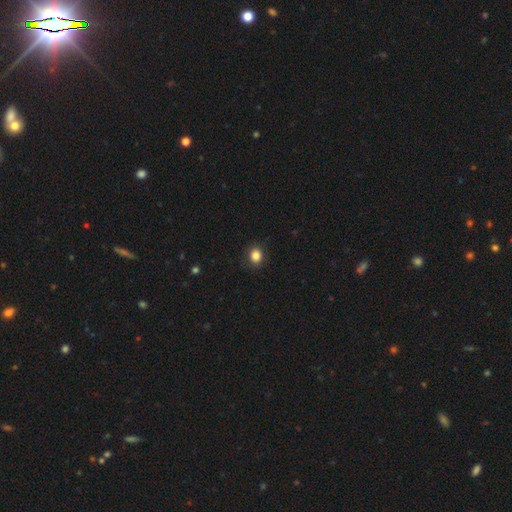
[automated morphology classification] A smooth galaxy with no disk features (85%) that is round (70%). Merging: none (87%).